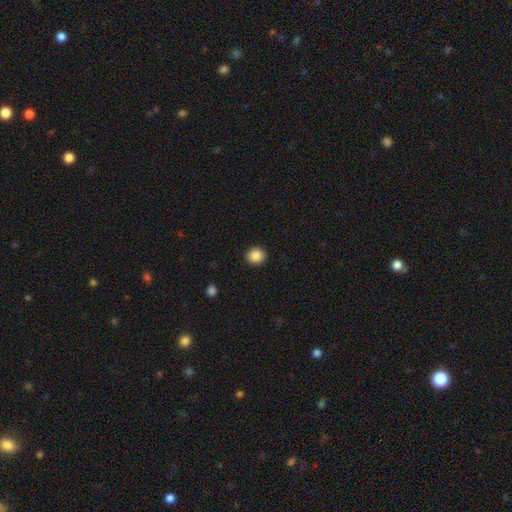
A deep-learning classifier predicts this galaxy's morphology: Smooth or featured? smooth (87%)
How rounded? round (86%)
Merging? none (92%)